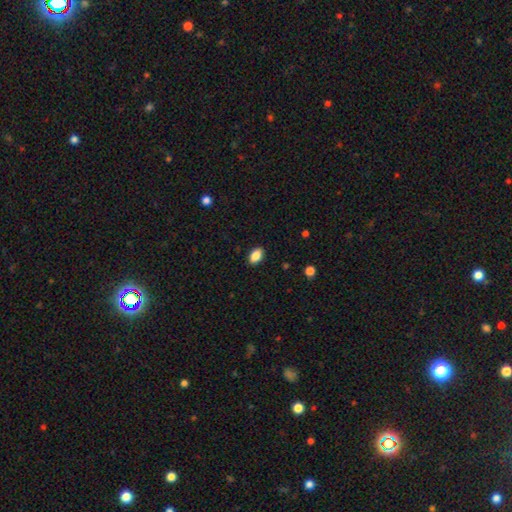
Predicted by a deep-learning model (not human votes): This appears to be a smooth galaxy with no disk features (87%) that is in between round and cigar-shaped (91%). Merging: none (89%).